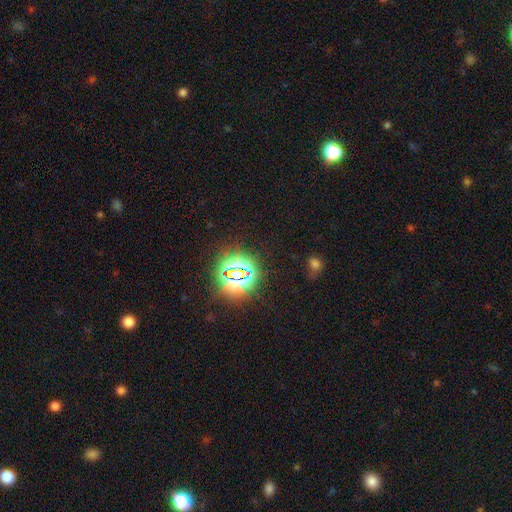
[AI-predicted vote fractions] A star or artifact, not a galaxy (77%).